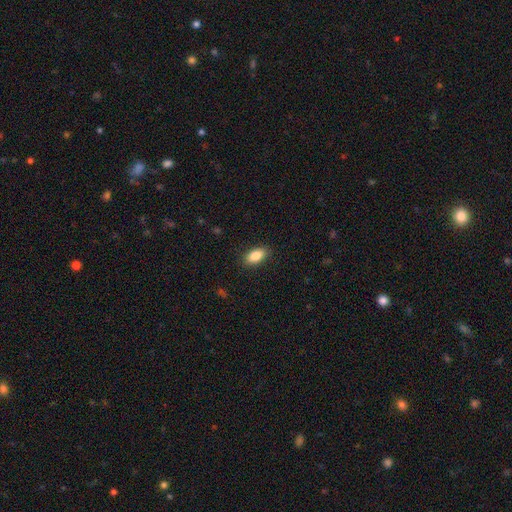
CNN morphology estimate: The model was most divided on "merging": none: 88%, minor disturbance: 9%, major disturbance: 2%, merger: 1%. More confident: how rounded — in between (90%); smooth or featured — smooth (87%).